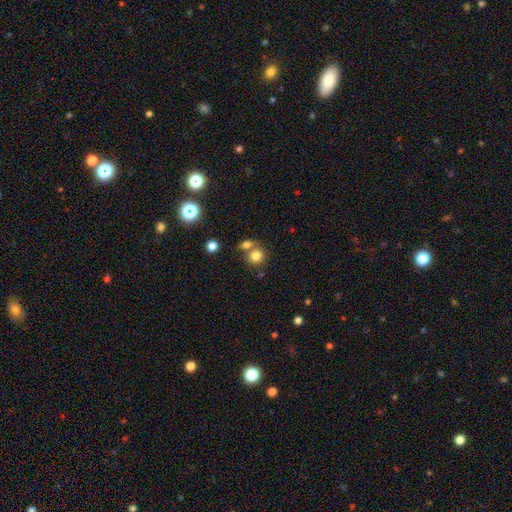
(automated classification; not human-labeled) smooth-or-featured: smooth: 79% | star or artifact: 13% | featured or disk: 8%
  how-rounded: round: 85% | in between: 14% | cigar-shaped: 1%
  merging: none: 55% | merger: 33% | minor disturbance: 8% | major disturbance: 3%